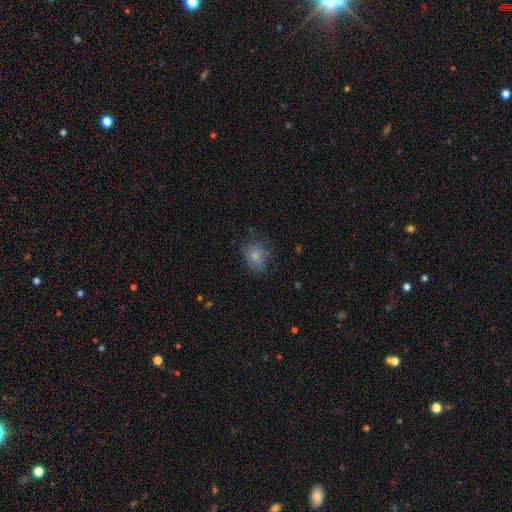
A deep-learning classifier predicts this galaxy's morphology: Q: Smooth or featured?
A: smooth (74%); runner-up: featured or disk (16%)
Q: How rounded?
A: round (53%); runner-up: in between (46%)
Q: Merging?
A: none (61%); runner-up: minor disturbance (25%)